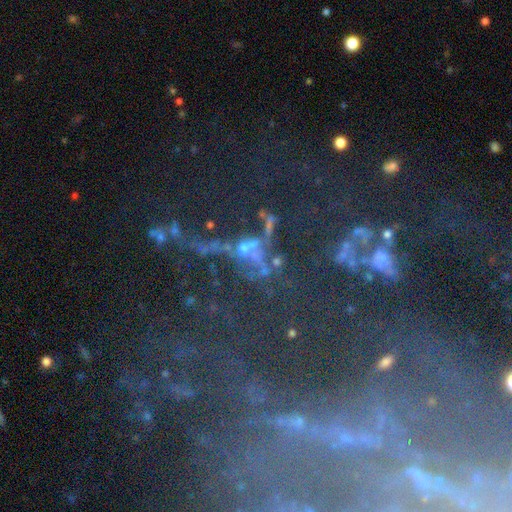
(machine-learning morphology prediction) This is possibly a star or artifact rather than a galaxy (49%).